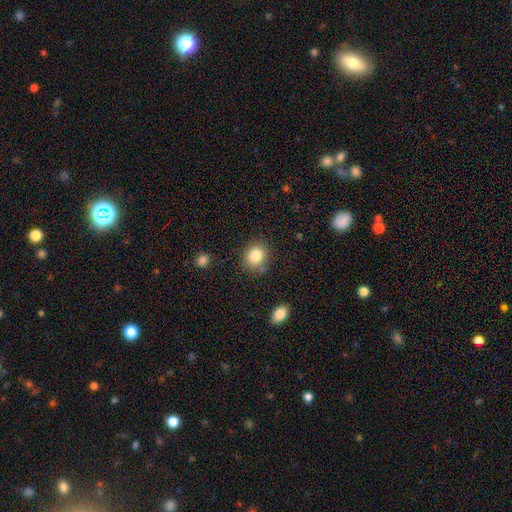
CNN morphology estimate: A smooth galaxy with no disk features (84%) that is round (73%).

Vote fractions:
- Smooth or featured? smooth: 84% / star or artifact: 9% / featured or disk: 6%
- How rounded? round: 73% / in between: 26% / cigar-shaped: 1%
- Merging? none: 80% / minor disturbance: 14% / major disturbance: 4% / merger: 3%